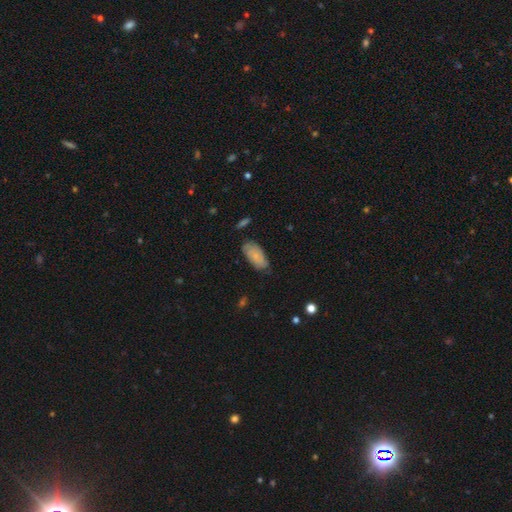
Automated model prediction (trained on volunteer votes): Morphology: type=smooth (68%); roundness=in between (91%); merging=none (69%).